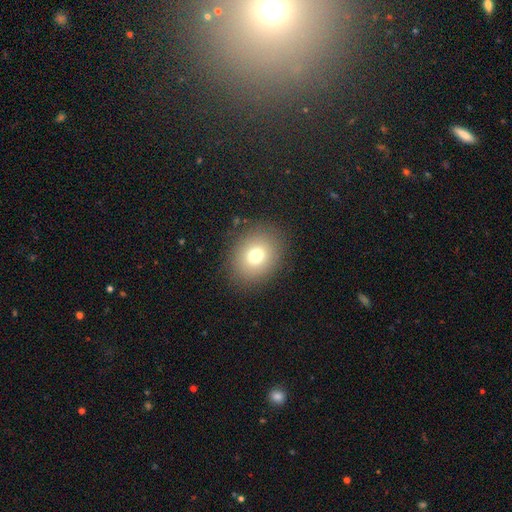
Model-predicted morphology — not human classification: smooth-or-featured: smooth: 74% | featured or disk: 13% | star or artifact: 13%
  how-rounded: round: 58% | in between: 41% | cigar-shaped: 1%
  merging: none: 86% | minor disturbance: 9% | major disturbance: 4% | merger: 1%